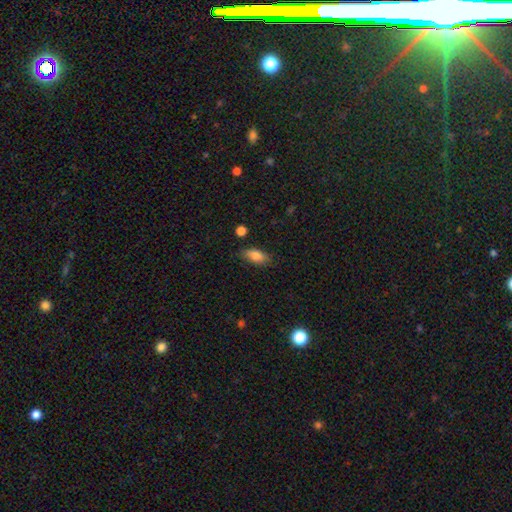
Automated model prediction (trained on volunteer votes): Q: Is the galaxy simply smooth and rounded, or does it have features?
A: smooth — 81%.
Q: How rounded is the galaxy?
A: in between — 84%.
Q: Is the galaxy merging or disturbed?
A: none — 79%.